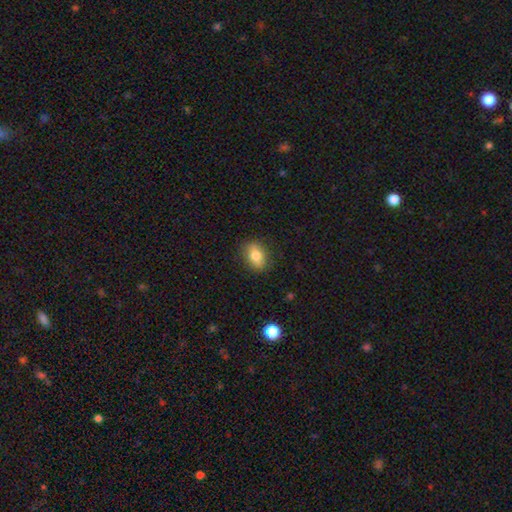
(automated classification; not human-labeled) Smooth or featured? smooth (76%)
How rounded? in between (76%)
Merging? none (85%)